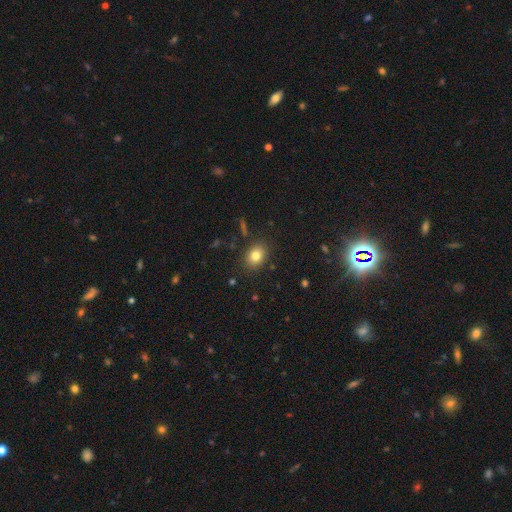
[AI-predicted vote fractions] Smooth or featured?
  - smooth: 81% *
  - star or artifact: 11%
  - featured or disk: 9%
How rounded?
  - in between: 61% *
  - round: 38%
  - cigar-shaped: 1%
Merging?
  - none: 87% *
  - minor disturbance: 9%
  - major disturbance: 3%
  - merger: 1%